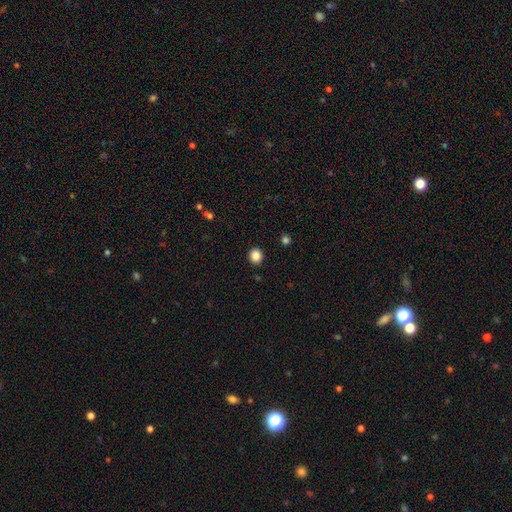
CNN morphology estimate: Smooth or featured: smooth — 85% (star or artifact — 11%)
How rounded: round — 84% (in between — 15%)
Merging: none — 92% (minor disturbance — 5%)